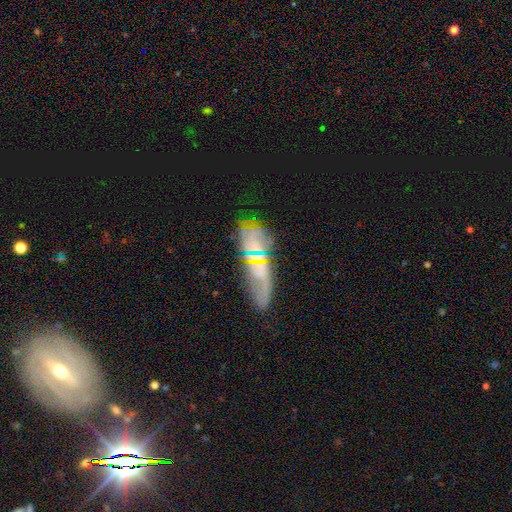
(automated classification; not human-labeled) Smooth or featured? Predicted: featured or disk (p=0.54). Edge-on disk? Predicted: no (p=0.80). Merging? Predicted: none (p=0.64).